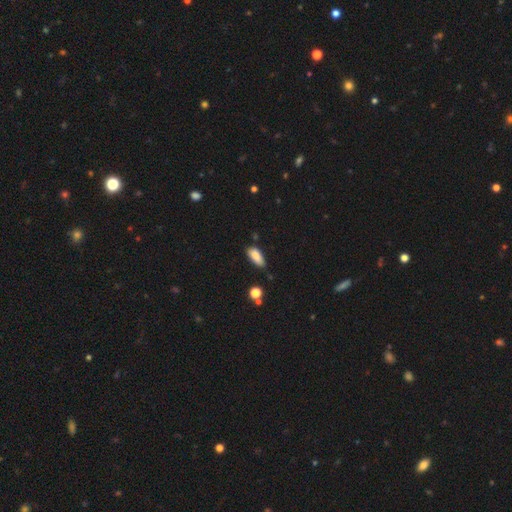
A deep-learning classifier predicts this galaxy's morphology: Smooth or featured? Predicted: smooth (p=0.82). How rounded? Predicted: in between (p=0.82). Merging? Predicted: none (p=0.60).